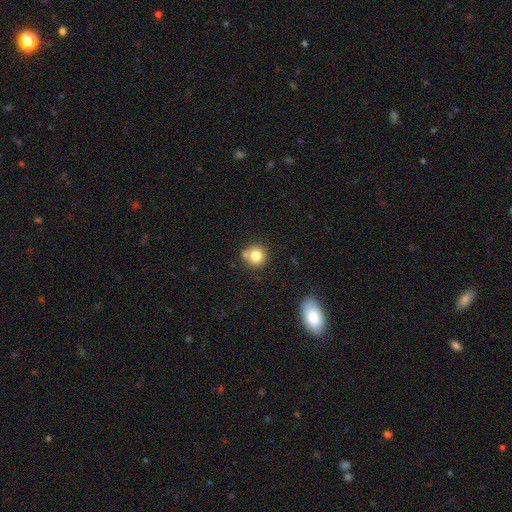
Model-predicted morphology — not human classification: This is likely a smooth galaxy (79%). How rounded: clearly round (91%). Merging: likely none (66%).